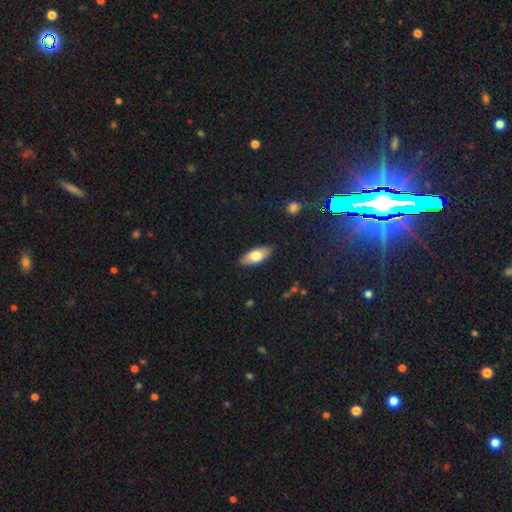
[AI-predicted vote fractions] smooth 72%, featured or disk 22%, star or artifact 6%. Down the decision tree: how rounded — in between (83%); merging — none (87%).